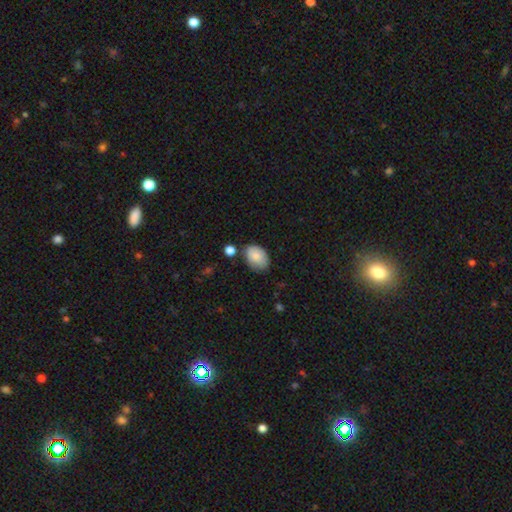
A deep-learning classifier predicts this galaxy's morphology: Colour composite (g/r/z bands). It shows a smooth galaxy with no disk features (84%) that is in between round and cigar-shaped (85%). Merging: none (66%).